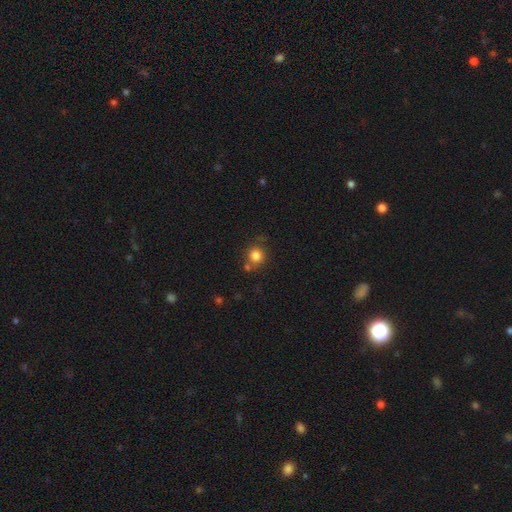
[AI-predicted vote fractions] This is clearly a smooth galaxy (82%). How rounded: clearly round (88%). Merging: likely none (69%).